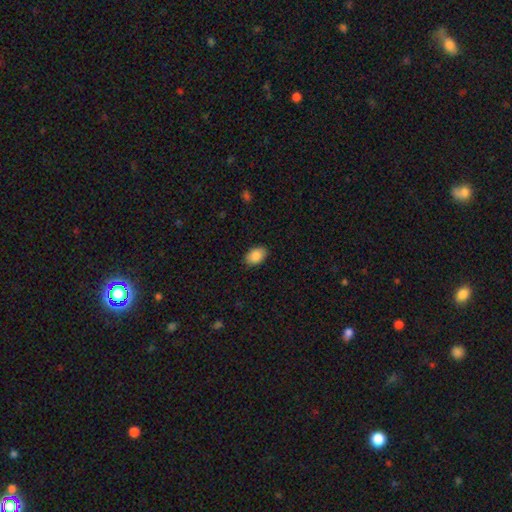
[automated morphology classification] type=smooth (88%); roundness=in between (88%); merging=none (88%).